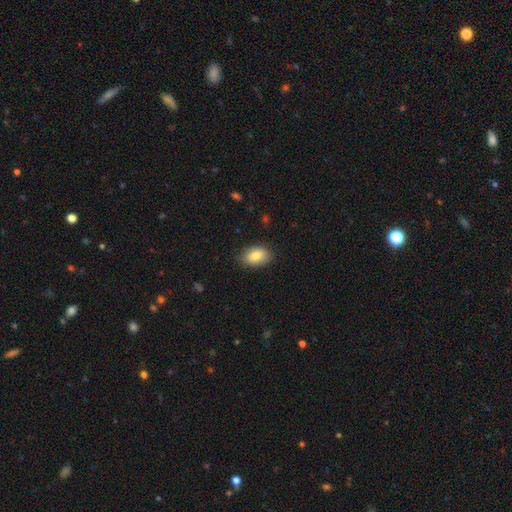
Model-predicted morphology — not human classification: Smooth or featured? Predicted: smooth (p=0.83). How rounded? Predicted: in between (p=0.88). Merging? Predicted: none (p=0.84).